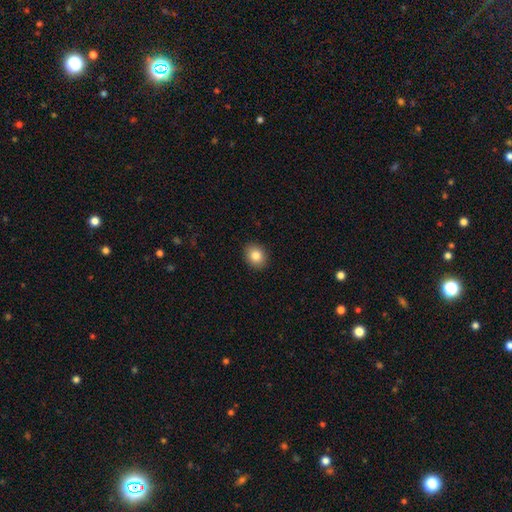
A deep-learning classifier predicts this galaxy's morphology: type=smooth (83%); roundness=round (60%); merging=none (91%).